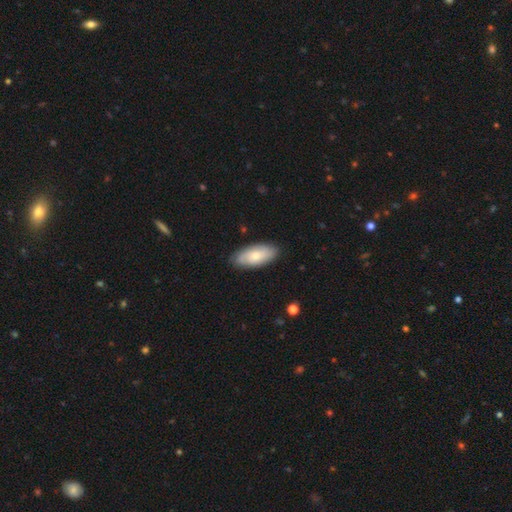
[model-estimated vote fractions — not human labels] The model was most divided on "smooth or featured": smooth: 59%, featured or disk: 35%, star or artifact: 6%. More confident: how rounded — in between (88%); merging — none (82%).